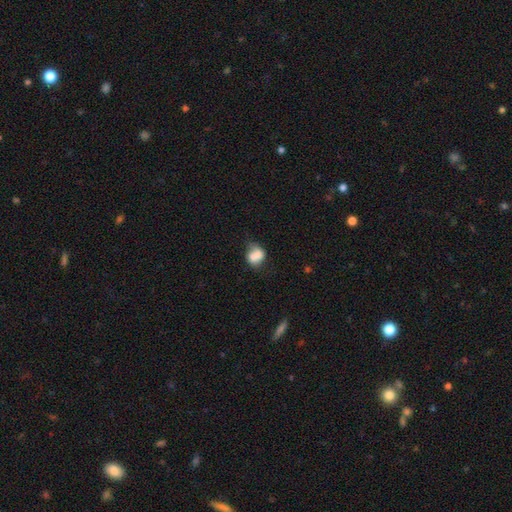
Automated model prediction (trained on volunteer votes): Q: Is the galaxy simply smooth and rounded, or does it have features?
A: smooth — 74%.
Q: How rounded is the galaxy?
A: round — 50%.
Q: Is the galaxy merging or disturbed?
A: merger — 36%.